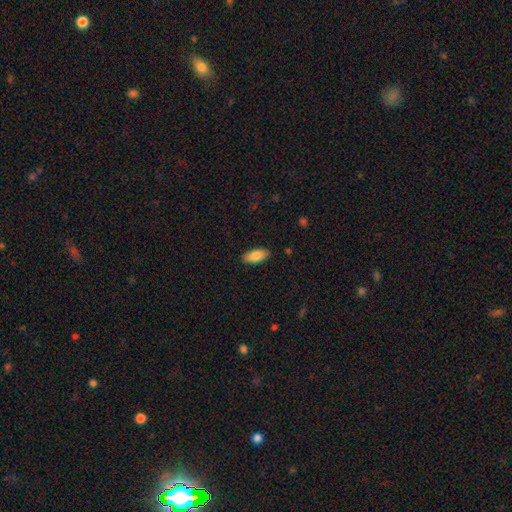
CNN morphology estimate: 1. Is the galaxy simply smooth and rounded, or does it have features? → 86% smooth, 8% featured or disk, 6% star or artifact.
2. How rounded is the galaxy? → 86% in between, 12% cigar-shaped, 2% round.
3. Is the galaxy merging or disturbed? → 88% none, 9% minor disturbance, 2% major disturbance, 1% merger.